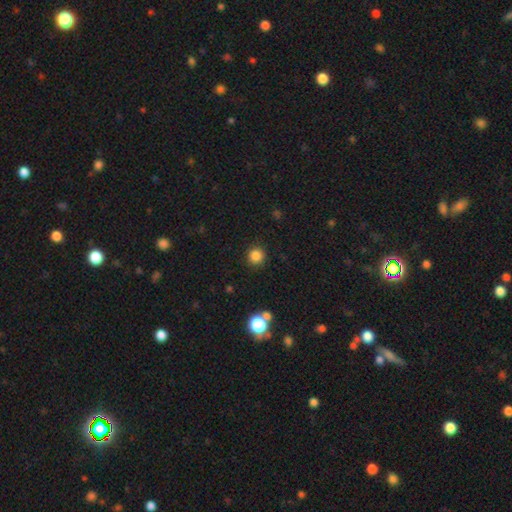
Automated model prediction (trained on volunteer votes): This is clearly a smooth galaxy (84%). How rounded: clearly round (94%). Merging: clearly none (90%).